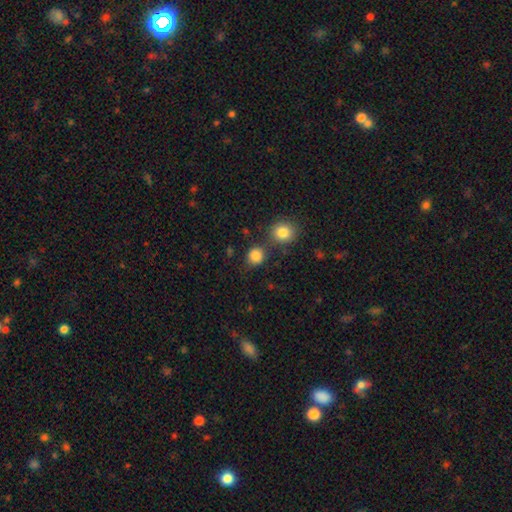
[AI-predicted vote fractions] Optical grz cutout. It shows a smooth galaxy with no disk features (85%) that is round (85%). Merging: none (71%).